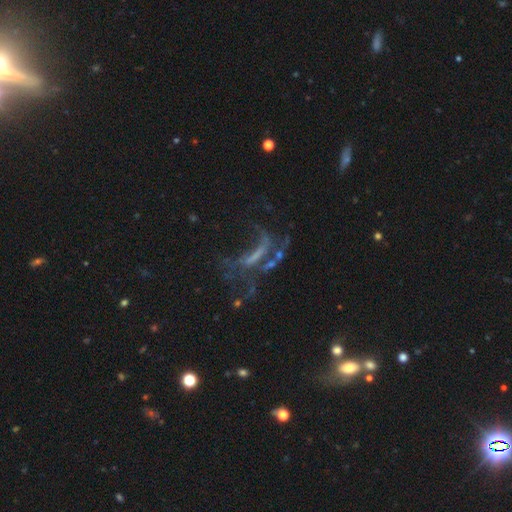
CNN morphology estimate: Smooth or featured? featured or disk (56%)
Edge-on disk? no (84%)
Merging? major disturbance (44%)